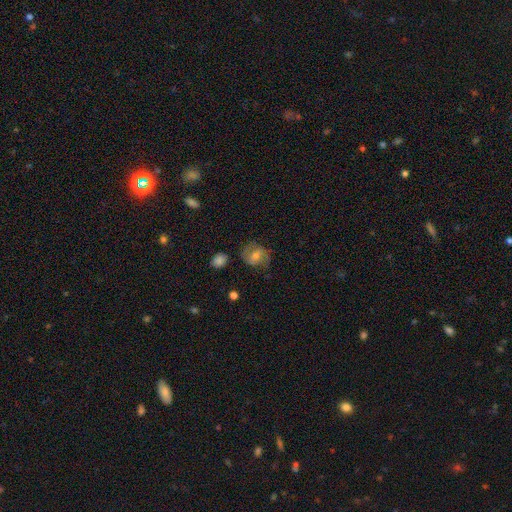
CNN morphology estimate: smooth-or-featured: featured or disk: 52% | smooth: 37% | star or artifact: 11%
  disk-edge-on: no: 96% | yes: 4%
    bar: weak: 43% | no: 39% | strong: 18%
    has-spiral-arms: yes: 82% | no: 18%
    bulge-size: moderate: 52% | small: 40% | large: 4% | none: 3% | dominant: 1%
  merging: none: 72% | minor disturbance: 18% | major disturbance: 8% | merger: 2%